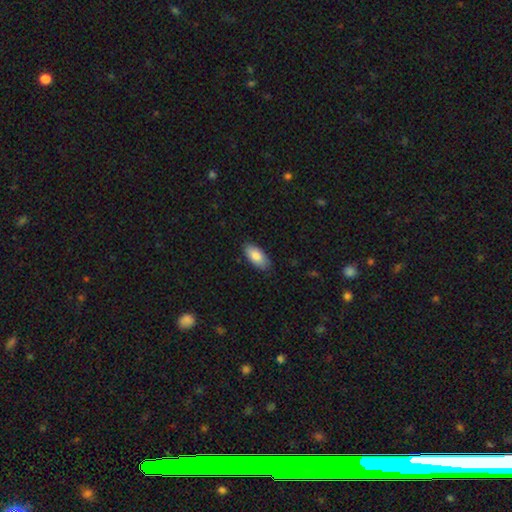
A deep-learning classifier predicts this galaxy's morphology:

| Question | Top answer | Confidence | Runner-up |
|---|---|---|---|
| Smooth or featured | smooth | 84% | featured or disk (10%) |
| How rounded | in between | 92% | cigar-shaped (6%) |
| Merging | none | 86% | minor disturbance (11%) |